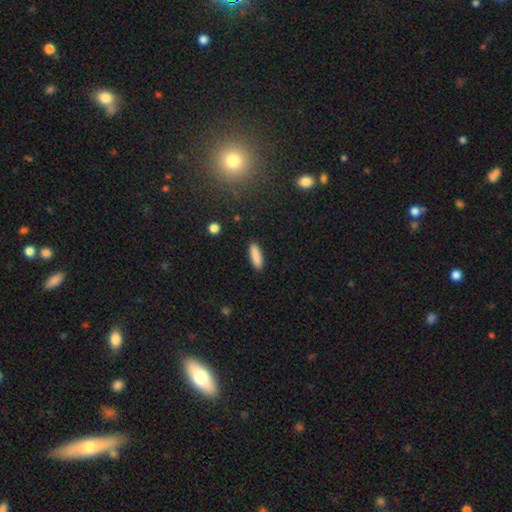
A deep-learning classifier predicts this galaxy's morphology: This is clearly a smooth galaxy (88%). How rounded: possibly cigar-shaped (57%). Merging: clearly none (89%).